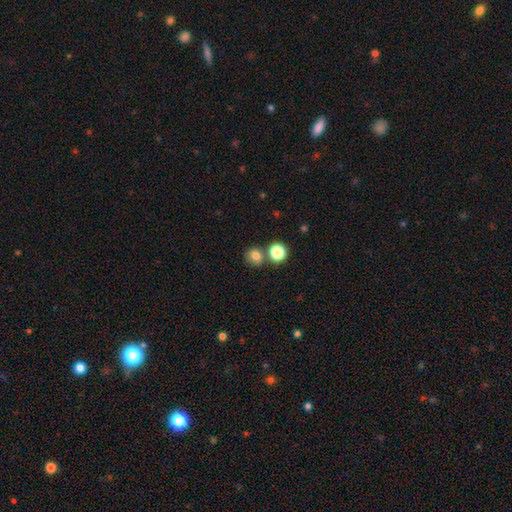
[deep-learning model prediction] This is likely a smooth galaxy (79%). How rounded: clearly round (83%). Merging: likely none (65%).